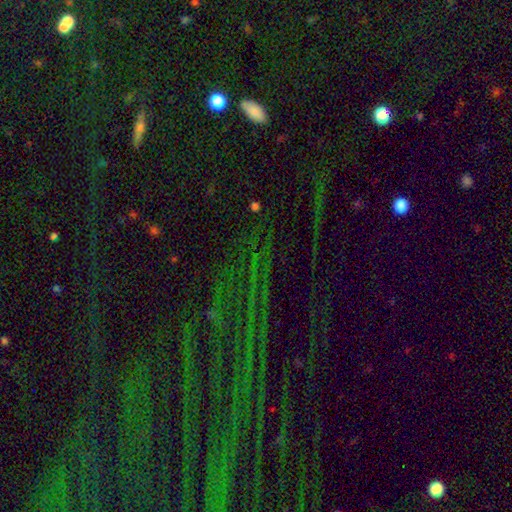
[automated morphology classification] Smooth or featured? Predicted: star or artifact (p=0.73).